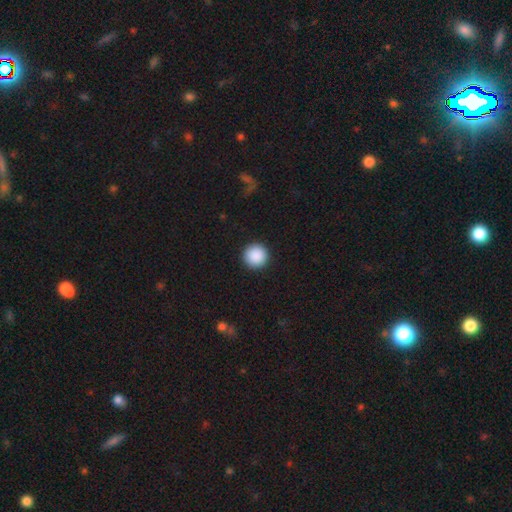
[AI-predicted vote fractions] smooth-or-featured: smooth: 90% | star or artifact: 8% | featured or disk: 3%
  how-rounded: round: 96% | in between: 3% | cigar-shaped: 1%
  merging: none: 93% | minor disturbance: 4% | major disturbance: 2% | merger: 1%